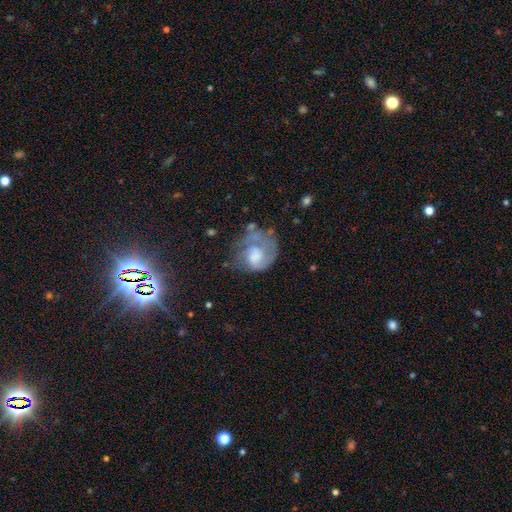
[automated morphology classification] The model was most divided on "merging": none: 38%, major disturbance: 33%, minor disturbance: 24%, merger: 5%. Remaining: edge-on disk — no (98%); bar — no (71%); spiral arms — yes (68%); smooth or featured — featured or disk (58%); bulge size — moderate (37%).